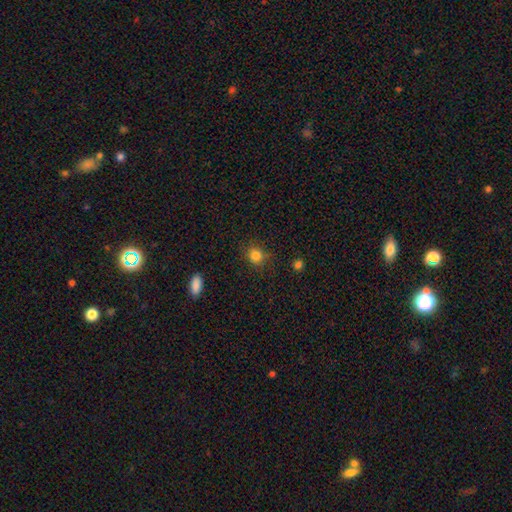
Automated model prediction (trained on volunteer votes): A smooth galaxy with no disk features (83%) that is round (83%).

Vote fractions:
- Smooth or featured? smooth: 83% / star or artifact: 12% / featured or disk: 5%
- How rounded? round: 83% / in between: 16% / cigar-shaped: 1%
- Merging? none: 83% / minor disturbance: 12% / major disturbance: 3% / merger: 2%